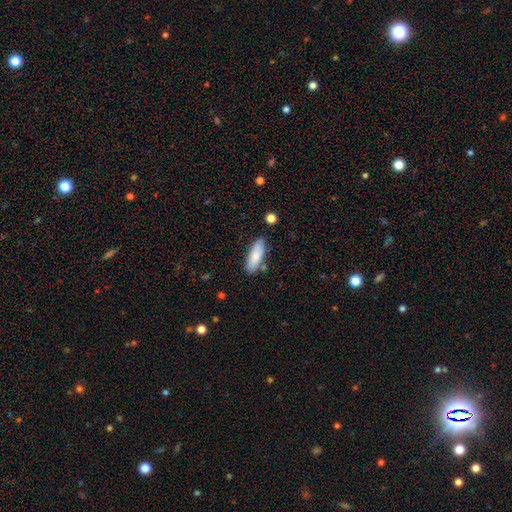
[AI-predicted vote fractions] The model was most divided on "how rounded": in between: 66%, cigar-shaped: 32%, round: 2%. More confident: smooth or featured — smooth (81%); merging — none (80%).